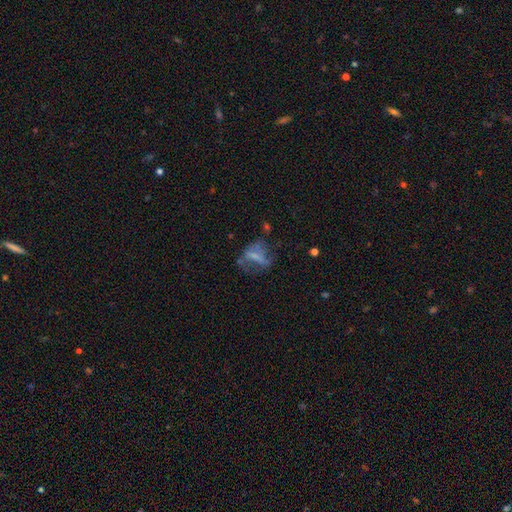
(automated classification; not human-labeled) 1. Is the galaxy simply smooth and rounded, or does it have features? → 48% featured or disk, 38% smooth, 15% star or artifact.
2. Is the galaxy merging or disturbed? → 41% major disturbance, 32% none, 20% minor disturbance, 6% merger.